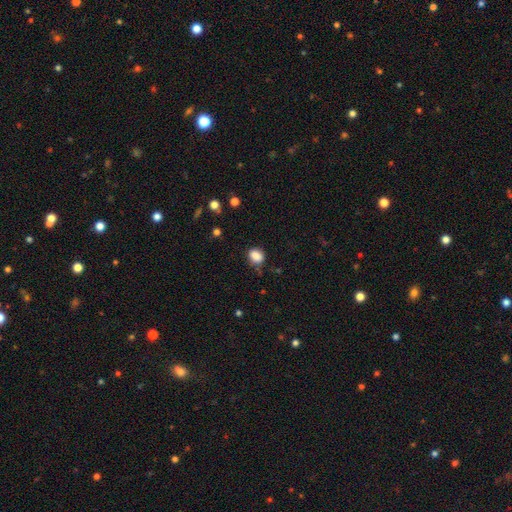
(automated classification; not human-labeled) Smooth or featured: smooth — 85% (star or artifact — 10%)
How rounded: in between — 53% (round — 46%)
Merging: none — 71% (minor disturbance — 22%)